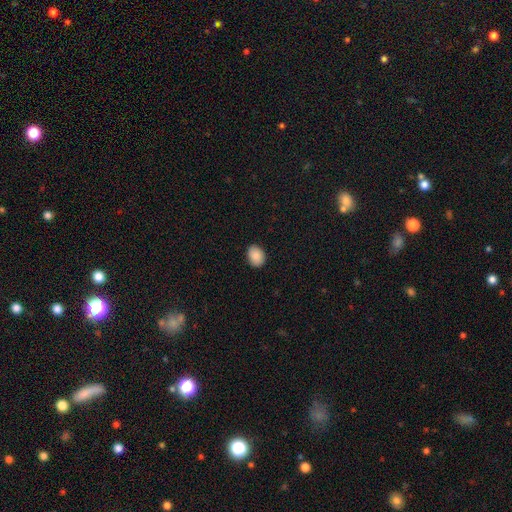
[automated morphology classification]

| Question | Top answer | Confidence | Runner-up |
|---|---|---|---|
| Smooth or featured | smooth | 89% | star or artifact (7%) |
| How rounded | in between | 68% | round (31%) |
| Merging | none | 89% | minor disturbance (8%) |